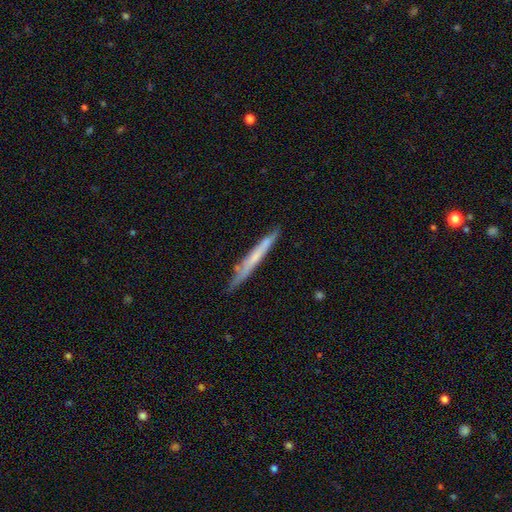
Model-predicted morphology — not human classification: smooth-or-featured: smooth: 47% (tied) | featured or disk: 47% (tied) | star or artifact: 6%
  merging: none: 81% | minor disturbance: 15% | major disturbance: 2% | merger: 2%